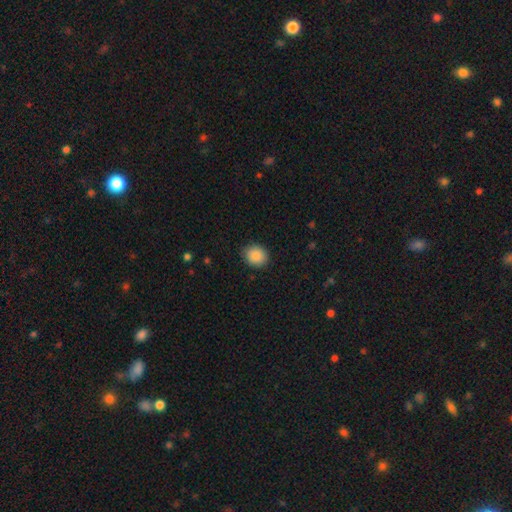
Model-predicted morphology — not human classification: Smooth or featured? Predicted: smooth (p=0.88). How rounded? Predicted: round (p=0.74). Merging? Predicted: none (p=0.88).